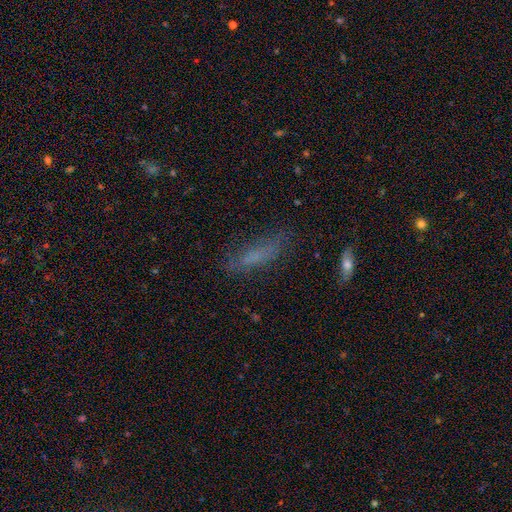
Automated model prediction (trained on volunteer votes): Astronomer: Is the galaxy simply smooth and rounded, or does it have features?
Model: smooth — 59%.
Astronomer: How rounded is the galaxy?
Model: cigar-shaped — 60% (runner-up: in between, 37%).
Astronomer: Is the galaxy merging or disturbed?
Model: none — 63%.